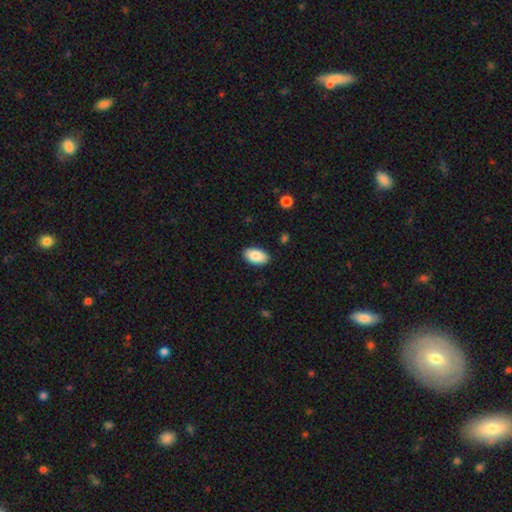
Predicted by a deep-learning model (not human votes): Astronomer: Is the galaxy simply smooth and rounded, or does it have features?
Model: smooth — 86%.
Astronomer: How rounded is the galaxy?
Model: in between — 95%.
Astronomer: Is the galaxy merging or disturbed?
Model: none — 88%.